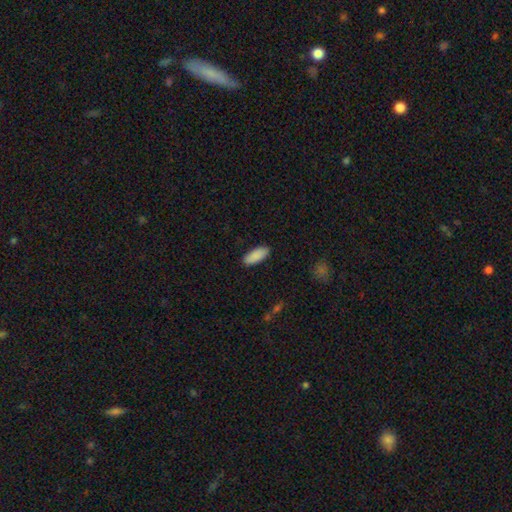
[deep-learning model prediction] Smooth or featured? smooth (90%)
How rounded? in between (79%)
Merging? none (89%)